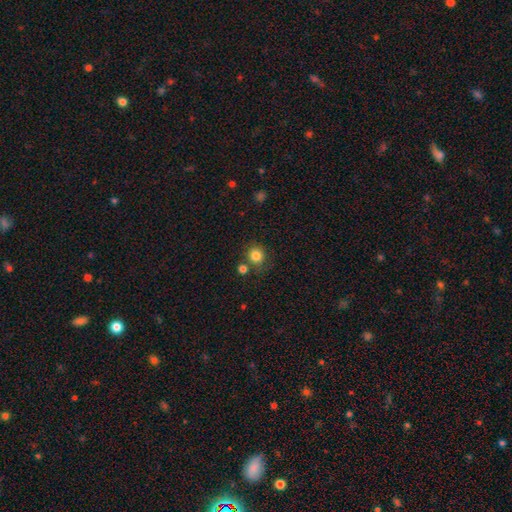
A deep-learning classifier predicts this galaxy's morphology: Overall: smooth (83%). How rounded: round (89%). Merging: none (72%).